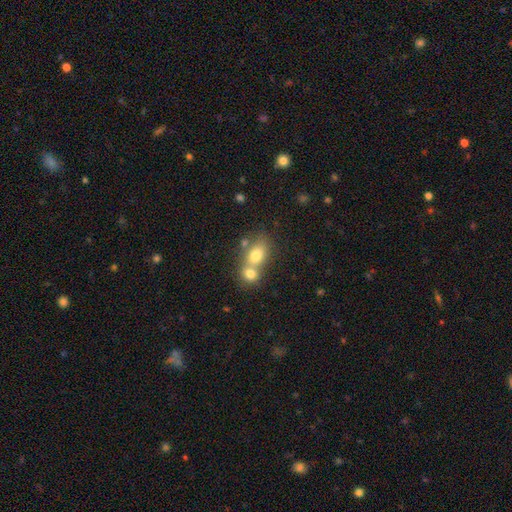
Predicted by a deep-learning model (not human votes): Smooth or featured? smooth (74%)
How rounded? in between (61%)
Merging? merger (62%)